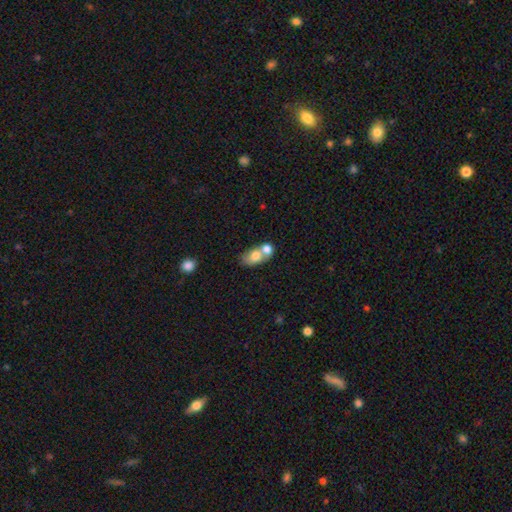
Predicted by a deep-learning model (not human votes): smooth-or-featured: smooth: 72% | featured or disk: 20% | star or artifact: 8%
  how-rounded: in between: 74% | round: 24% | cigar-shaped: 2%
  merging: merger: 65% | none: 23% | minor disturbance: 8% | major disturbance: 4%